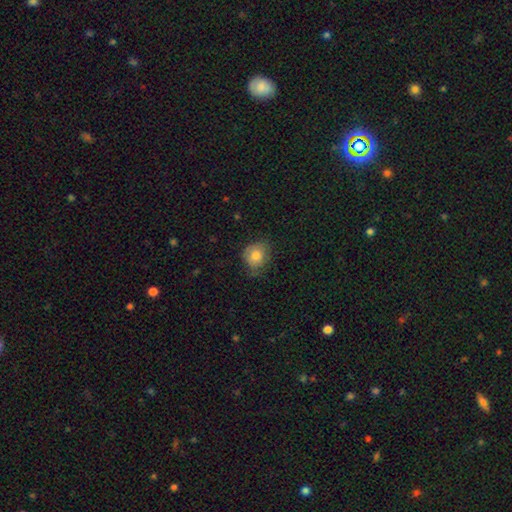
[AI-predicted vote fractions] Morphology: type=smooth (78%); roundness=round (72%); merging=none (61%).